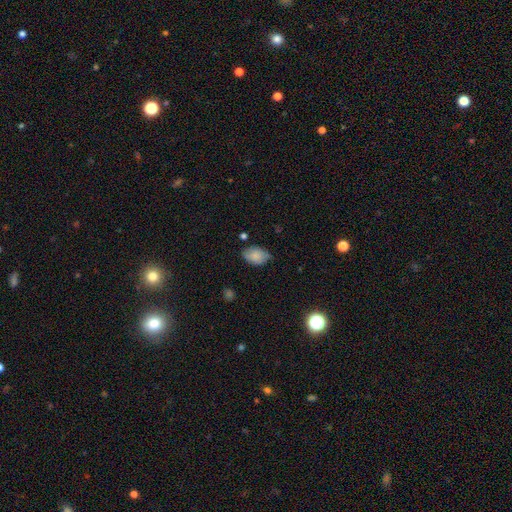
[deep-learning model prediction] A smooth galaxy with no disk features (79%) that is in between round and cigar-shaped (85%). Merging: none (65%).